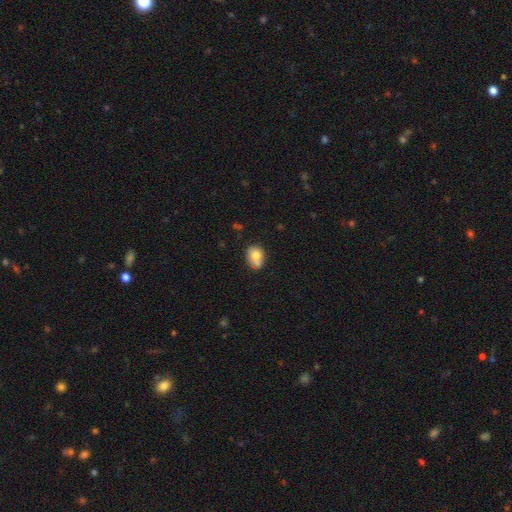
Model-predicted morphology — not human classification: Smooth or featured? smooth (74%)
How rounded? in between (51%)
Merging? none (52%)